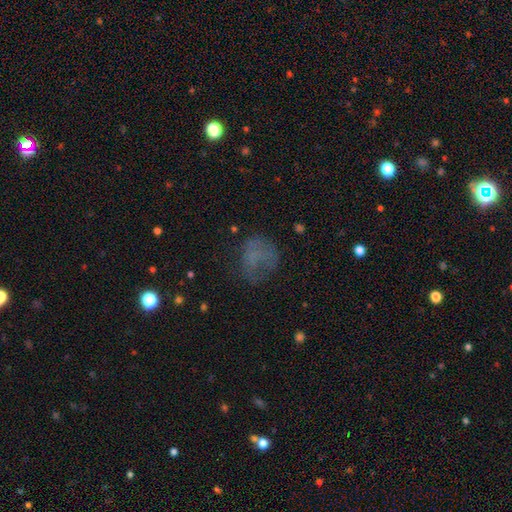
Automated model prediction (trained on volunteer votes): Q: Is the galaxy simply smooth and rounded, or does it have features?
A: smooth — 54%.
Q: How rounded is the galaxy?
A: round — 63%.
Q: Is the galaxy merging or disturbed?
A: none — 48%.